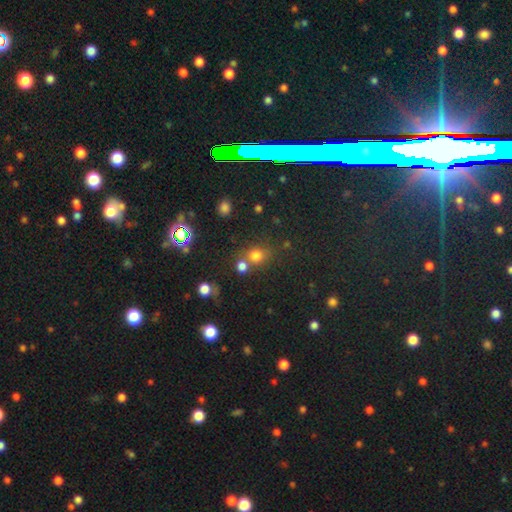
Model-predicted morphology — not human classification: The model was most divided on "merging": none: 58%, merger: 26%, minor disturbance: 11%, major disturbance: 5%. More confident: how rounded — round (77%); smooth or featured — smooth (72%).